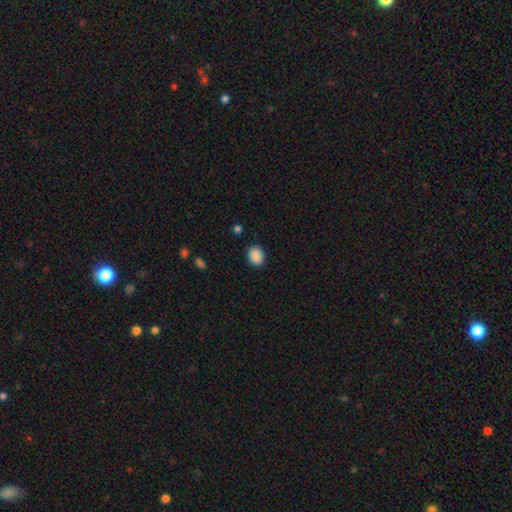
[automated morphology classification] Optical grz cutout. It shows a smooth galaxy with no disk features (90%) that is in between round and cigar-shaped (55%). Merging: none (88%).